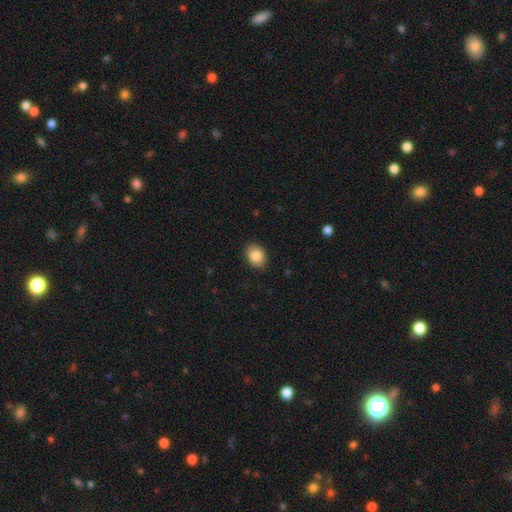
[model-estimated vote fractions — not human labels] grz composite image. It shows a smooth galaxy with no disk features (85%) that is in between round and cigar-shaped (63%). Merging: none (88%).